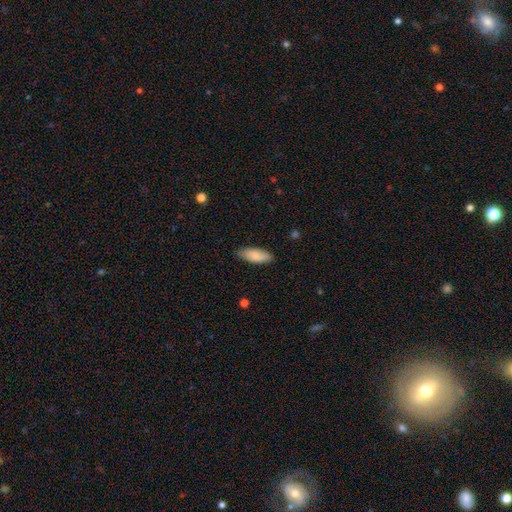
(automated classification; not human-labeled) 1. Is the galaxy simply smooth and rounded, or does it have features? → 86% smooth, 8% featured or disk, 6% star or artifact.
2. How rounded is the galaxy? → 77% in between, 21% cigar-shaped, 2% round.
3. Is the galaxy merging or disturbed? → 84% none, 13% minor disturbance, 2% major disturbance, 1% merger.